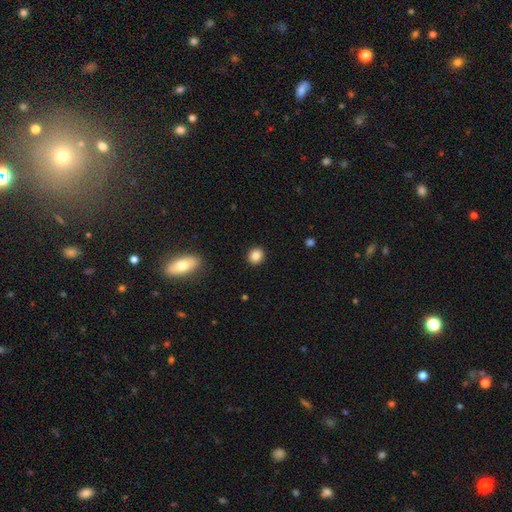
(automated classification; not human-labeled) smooth_or_featured: smooth (p=0.86) [alt: star or artifact p=0.10]
how_rounded: round (p=0.84) [alt: in between p=0.15]
merging: none (p=0.91) [alt: minor disturbance p=0.06]